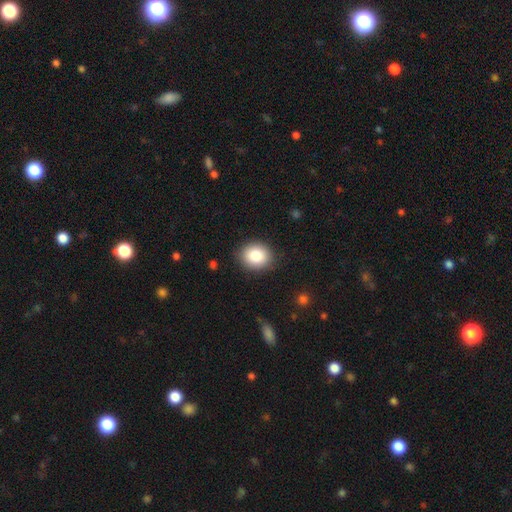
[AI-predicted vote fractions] smooth_or_featured: smooth (p=0.84) [alt: star or artifact p=0.08]
how_rounded: round (p=0.70) [alt: in between p=0.29]
merging: none (p=0.89) [alt: minor disturbance p=0.08]